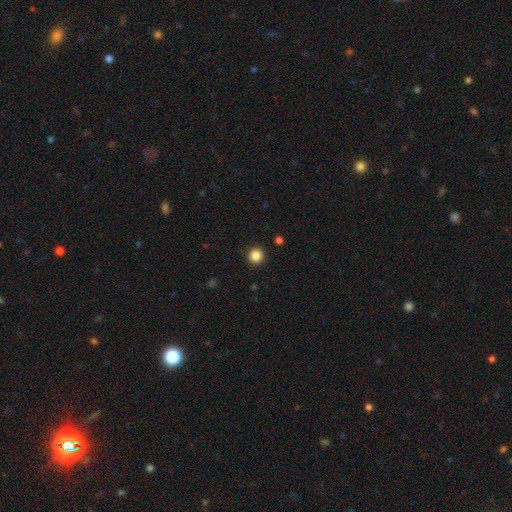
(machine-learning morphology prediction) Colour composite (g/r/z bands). It shows a smooth galaxy with no disk features (86%) that is round (94%). Merging: none (93%).